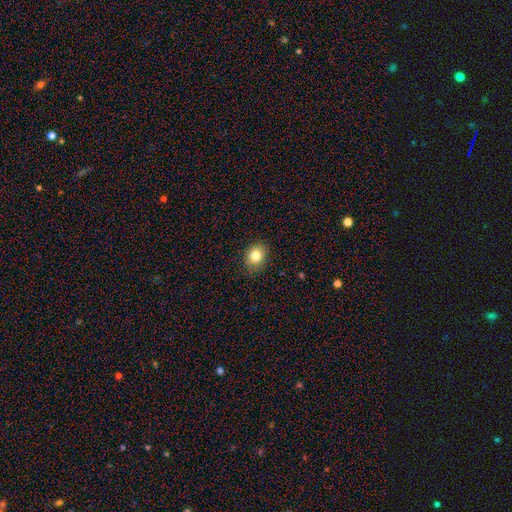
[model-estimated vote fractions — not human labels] smooth_or_featured: smooth (p=0.83) [alt: star or artifact p=0.10]
how_rounded: round (p=0.51) [alt: in between p=0.48]
merging: none (p=0.87) [alt: minor disturbance p=0.10]